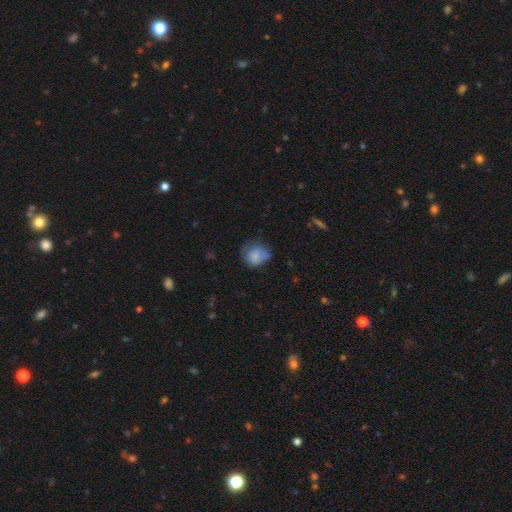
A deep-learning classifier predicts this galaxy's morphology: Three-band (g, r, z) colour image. It shows a smooth galaxy with no disk features (79%) that is round (64%). Merging: none (47%).